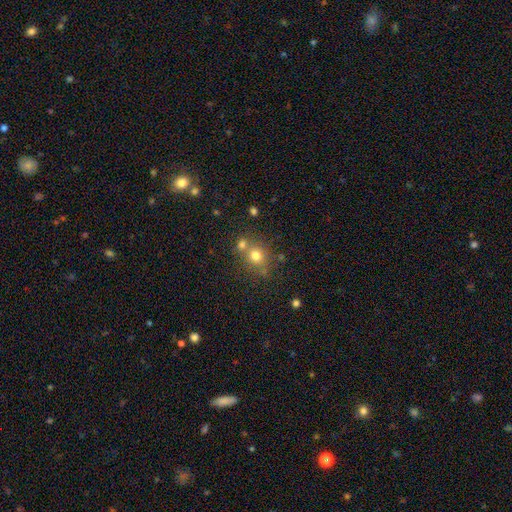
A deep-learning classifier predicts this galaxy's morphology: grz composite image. It shows a smooth galaxy with no disk features (74%) that is round (79%). Merging: none (58%).